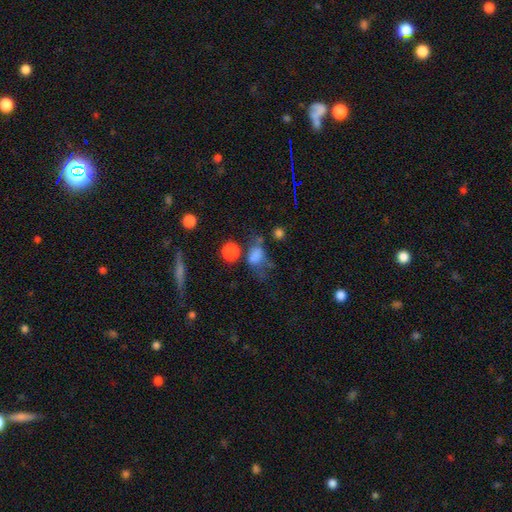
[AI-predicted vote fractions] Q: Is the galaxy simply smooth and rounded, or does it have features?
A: smooth — 69%.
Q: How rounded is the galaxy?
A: in between — 66%.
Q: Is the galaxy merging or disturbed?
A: none — 34%.